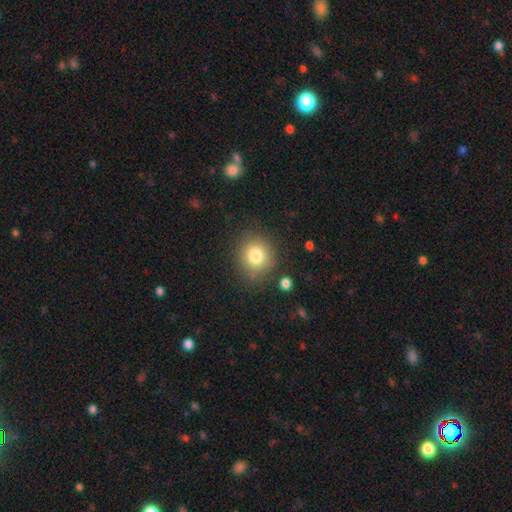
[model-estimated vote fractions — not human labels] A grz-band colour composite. It shows a smooth galaxy with no disk features (79%) that is round (84%). Merging: none (80%).